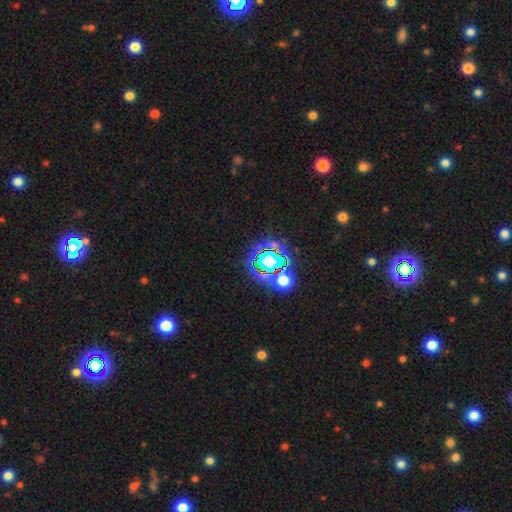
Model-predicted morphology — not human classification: type=star or artifact (81%).